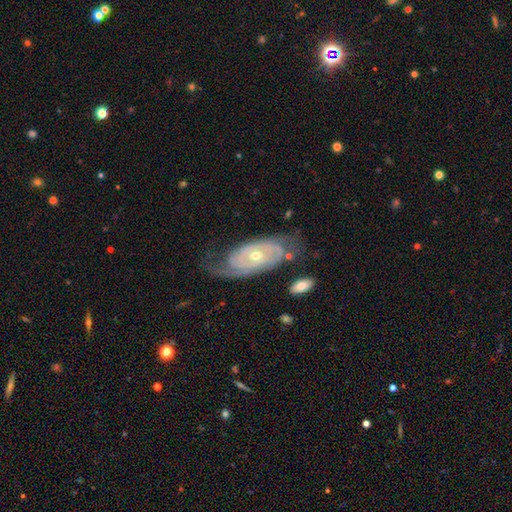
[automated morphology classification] type=featured or disk (87%); edge-on=no (94%); bar=no (76%); spiral arms=yes (94%); winding=tight (63%); arm count=2 (64%); bulge=moderate (58%); merging=none (62%).